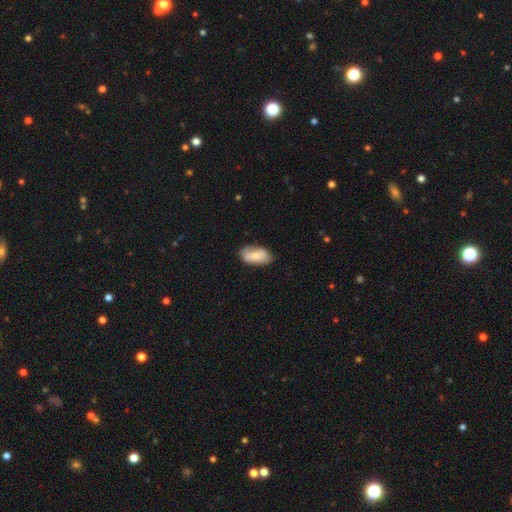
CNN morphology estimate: This appears to be a smooth galaxy with no disk features (69%) that is in between round and cigar-shaped (92%). Merging: none (63%).